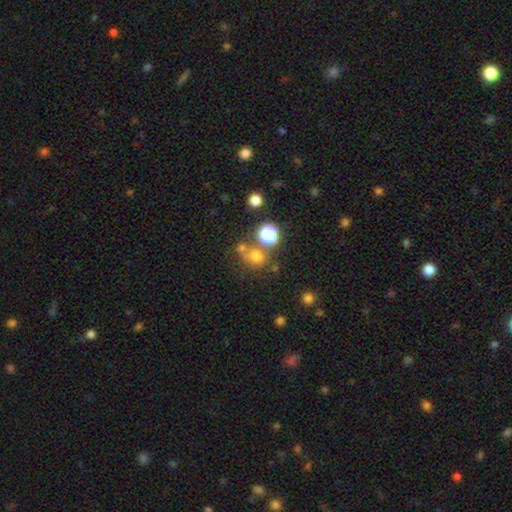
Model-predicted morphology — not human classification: smooth_or_featured: smooth (p=0.68) [alt: star or artifact p=0.22]
how_rounded: round (p=0.83) [alt: in between p=0.16]
merging: none (p=0.59) [alt: merger p=0.24]